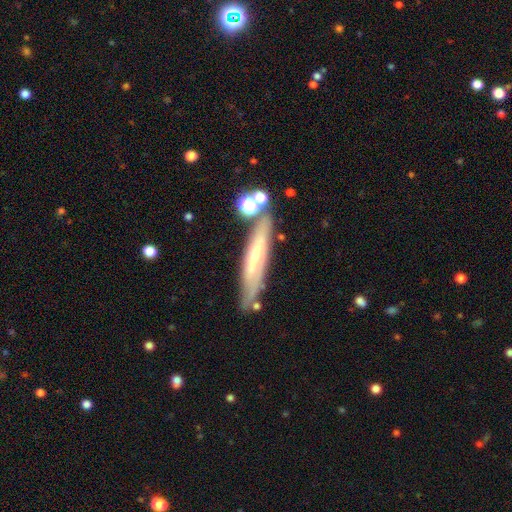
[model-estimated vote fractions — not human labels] This is possibly a featured or disk galaxy (57%). It is likely viewed edge-on (72%). Merging: likely none (72%).